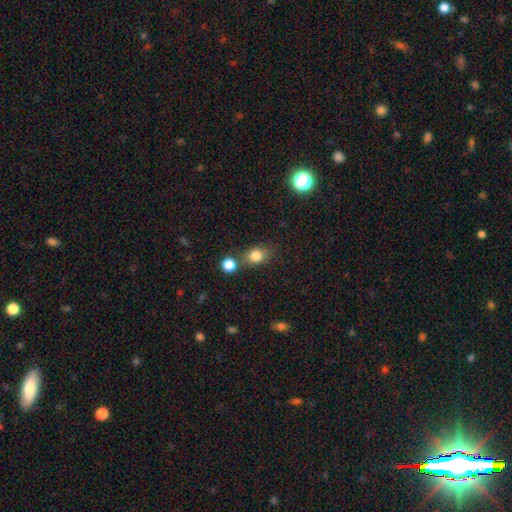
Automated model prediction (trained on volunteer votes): Overall: smooth (82%). How rounded: in between (50%; round 48%). Merging: none (67%).